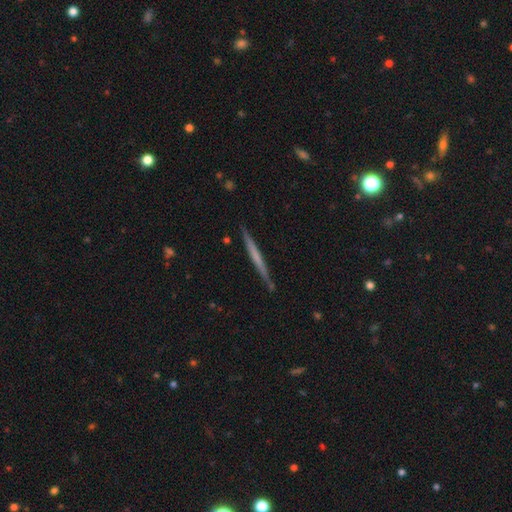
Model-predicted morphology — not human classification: A featured or disk galaxy (53%) viewed edge-on (97%) with no central bulge (85%).

Vote fractions:
- Smooth or featured? featured or disk: 53% / smooth: 41% / star or artifact: 5%
- Edge-on disk? yes: 97% / no: 3%
- Edge-on bulge? none: 85% / rounded: 9% / boxy: 6%
- Merging? none: 88% / minor disturbance: 8% / merger: 2% / major disturbance: 2%